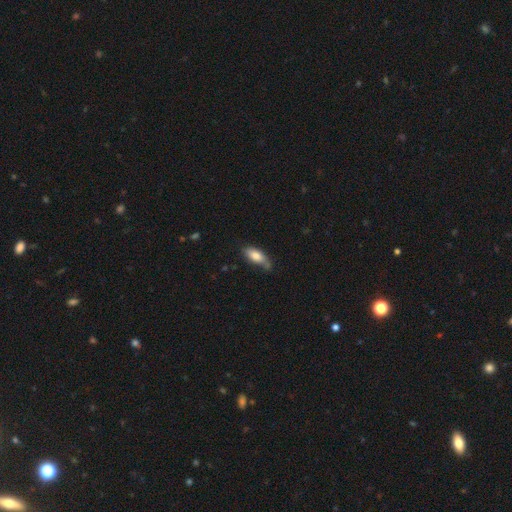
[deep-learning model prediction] This is likely a smooth galaxy (78%). How rounded: clearly in between (81%). Merging: possibly none (52%).